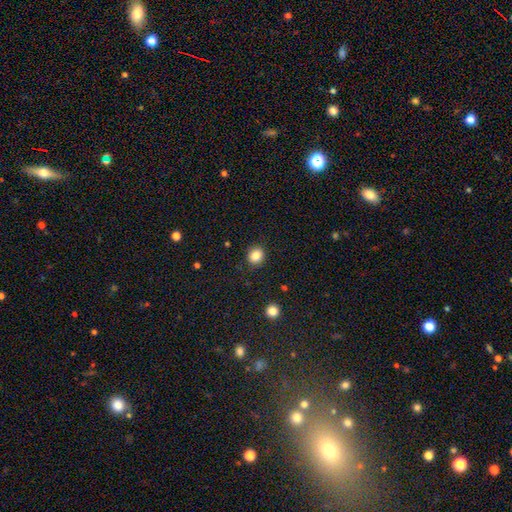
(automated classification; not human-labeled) smooth-or-featured: smooth: 85% | star or artifact: 10% | featured or disk: 5%
  how-rounded: round: 85% | in between: 14% | cigar-shaped: 1%
  merging: none: 91% | minor disturbance: 6% | major disturbance: 2% | merger: 1%